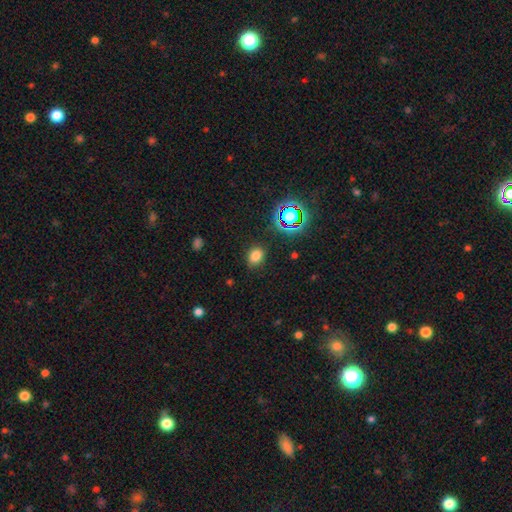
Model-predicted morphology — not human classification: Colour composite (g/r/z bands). It shows a smooth galaxy with no disk features (76%) that is in between round and cigar-shaped (58%). Merging: none (84%).